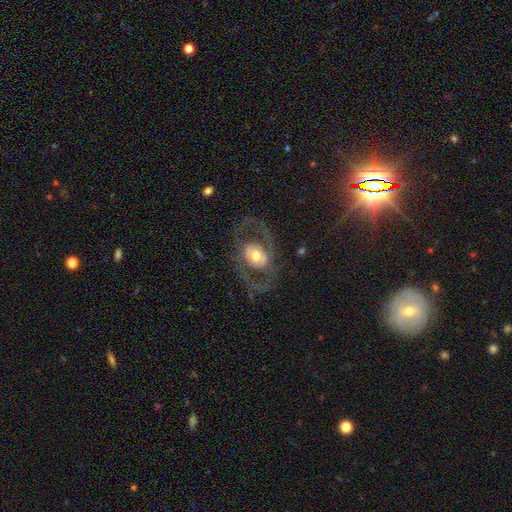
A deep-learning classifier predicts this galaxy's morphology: type=featured or disk (72%); edge-on=no (94%); bar=no (64%); spiral arms=yes (57%); bulge=moderate (65%); merging=none (69%).